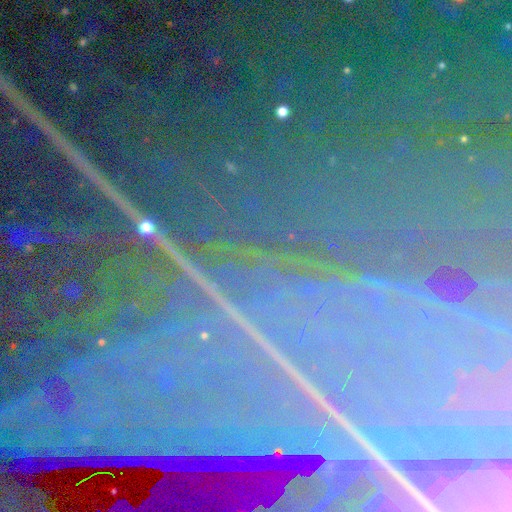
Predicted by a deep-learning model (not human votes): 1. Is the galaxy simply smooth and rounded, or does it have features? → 87% star or artifact, 7% featured or disk, 6% smooth.